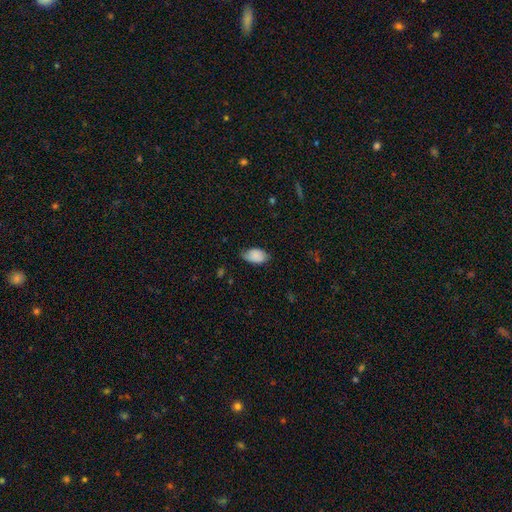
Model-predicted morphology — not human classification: The model was most divided on "merging": none: 62%, minor disturbance: 31%, major disturbance: 6%, merger: 1%. More confident: how rounded — in between (93%); smooth or featured — smooth (85%).